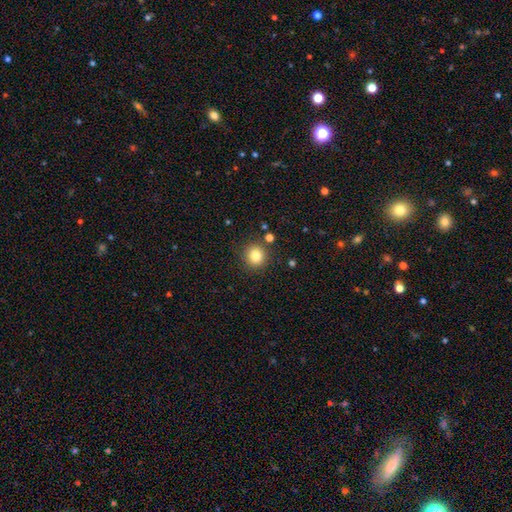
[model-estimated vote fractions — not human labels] Smooth or featured? Predicted: smooth (p=0.81). How rounded? Predicted: round (p=0.92). Merging? Predicted: none (p=0.87).